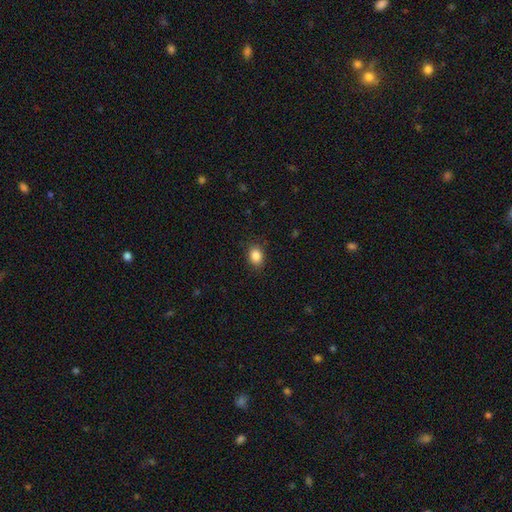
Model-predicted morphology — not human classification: smooth-or-featured: smooth: 87% | star or artifact: 9% | featured or disk: 4%
  how-rounded: in between: 61% | round: 37% | cigar-shaped: 1%
  merging: none: 86% | minor disturbance: 10% | major disturbance: 3% | merger: 1%